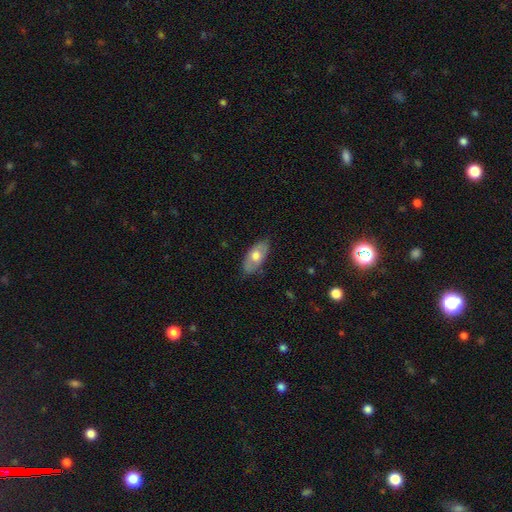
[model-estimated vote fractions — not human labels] Smooth or featured? smooth (64%)
How rounded? in between (91%)
Merging? none (79%)